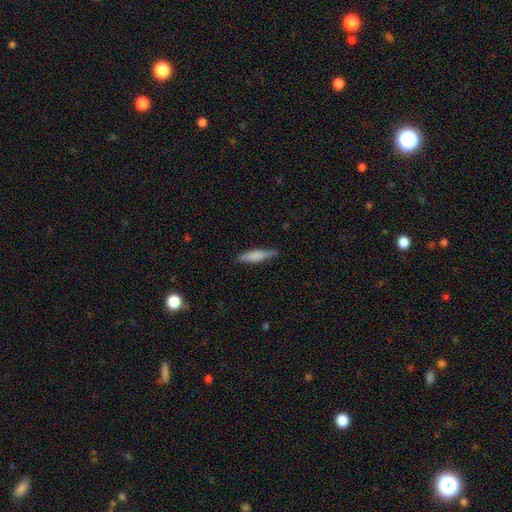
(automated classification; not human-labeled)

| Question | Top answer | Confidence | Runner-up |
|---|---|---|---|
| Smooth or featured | smooth | 69% | featured or disk (25%) |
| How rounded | cigar-shaped | 80% | in between (18%) |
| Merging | none | 84% | minor disturbance (13%) |